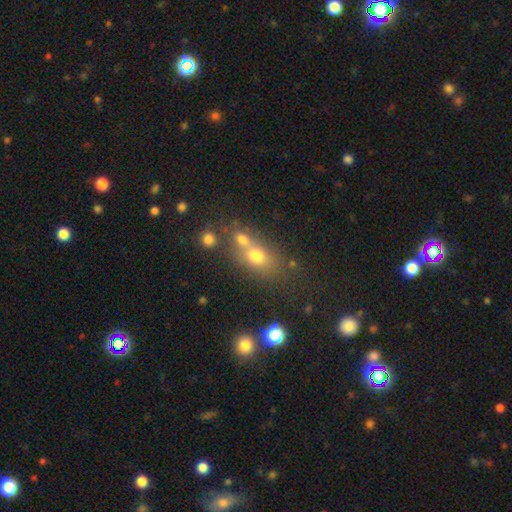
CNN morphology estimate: Smooth or featured? smooth (66%)
How rounded? in between (57%)
Merging? merger (46%)